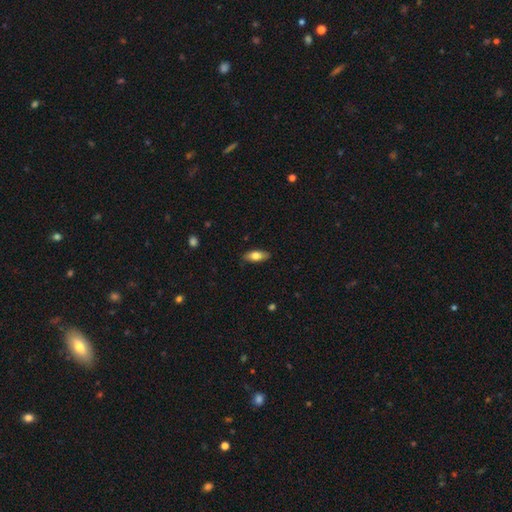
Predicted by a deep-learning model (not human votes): Smooth or featured?
  - smooth: 72% *
  - featured or disk: 22%
  - star or artifact: 6%
How rounded?
  - in between: 79% *
  - cigar-shaped: 18%
  - round: 3%
Merging?
  - none: 86% *
  - minor disturbance: 11%
  - major disturbance: 2%
  - merger: 1%